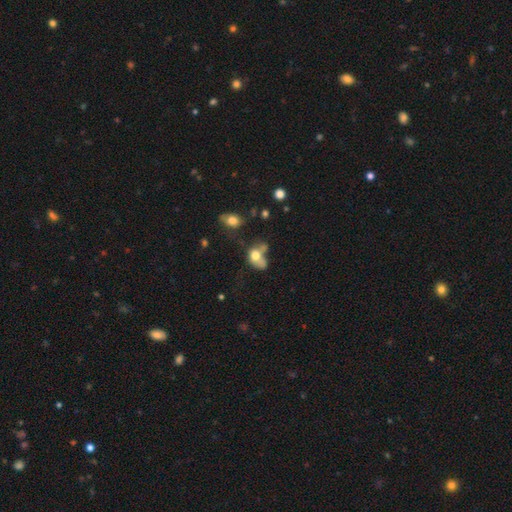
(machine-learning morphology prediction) Overall: smooth (68%). How rounded: in between (65%; round 33%). Merging: merger (38%; major disturbance 25%).